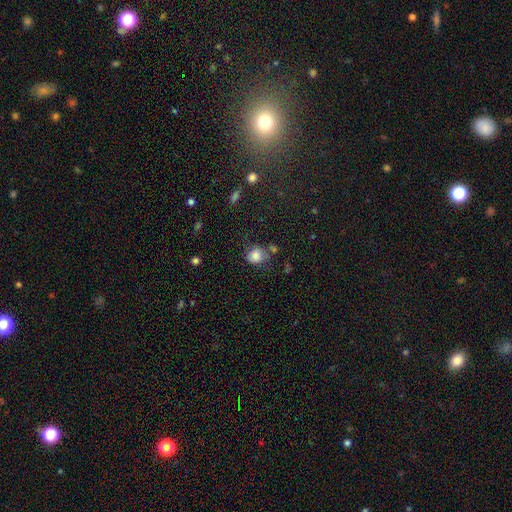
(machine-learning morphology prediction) smooth_or_featured: smooth (p=0.81) [alt: star or artifact p=0.11]
how_rounded: round (p=0.72) [alt: in between p=0.27]
merging: none (p=0.54) [alt: minor disturbance p=0.25]